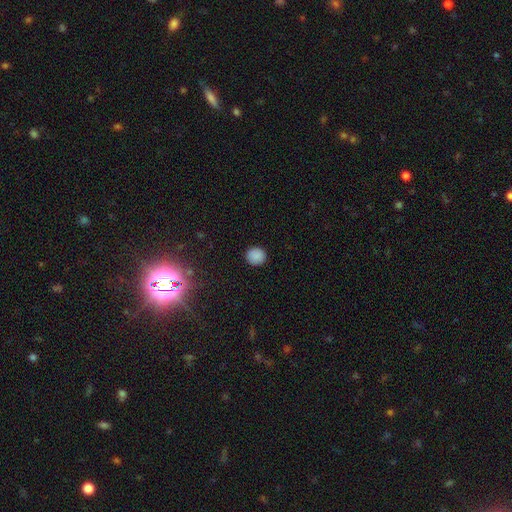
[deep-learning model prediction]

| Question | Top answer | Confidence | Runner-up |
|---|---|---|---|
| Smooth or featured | smooth | 86% | star or artifact (11%) |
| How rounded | round | 90% | in between (9%) |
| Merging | none | 91% | minor disturbance (6%) |